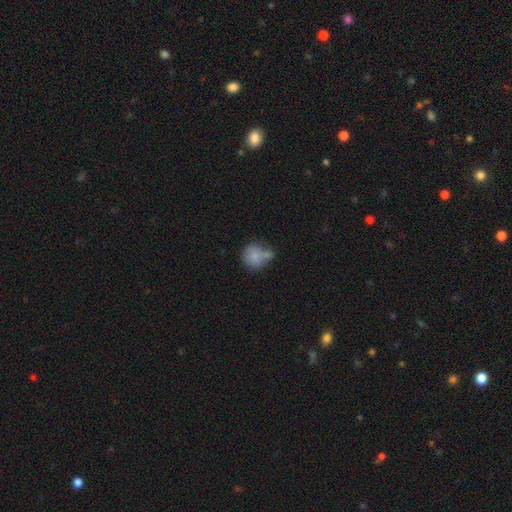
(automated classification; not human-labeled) The model was most divided on "merging": none: 44%, merger: 30%, minor disturbance: 19%, major disturbance: 7%. More confident: how rounded — round (83%); smooth or featured — smooth (80%).